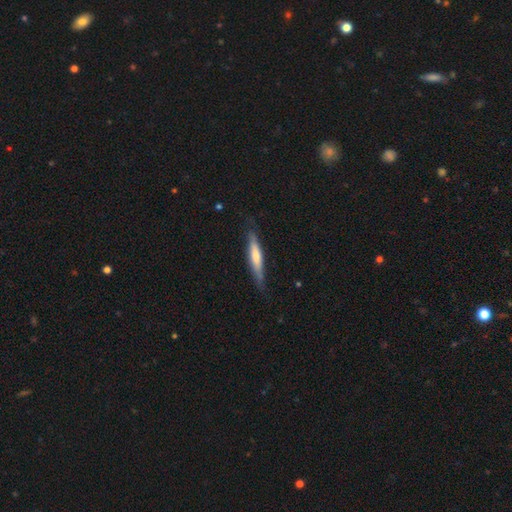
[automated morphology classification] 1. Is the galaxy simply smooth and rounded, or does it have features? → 49% smooth, 45% featured or disk, 6% star or artifact.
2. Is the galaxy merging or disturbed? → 77% none, 18% minor disturbance, 4% major disturbance, 1% merger.